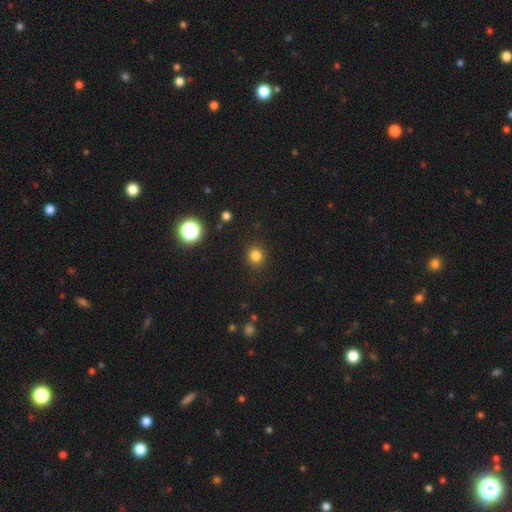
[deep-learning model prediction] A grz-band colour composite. It shows a smooth galaxy with no disk features (81%) that is round (89%). Merging: none (90%).